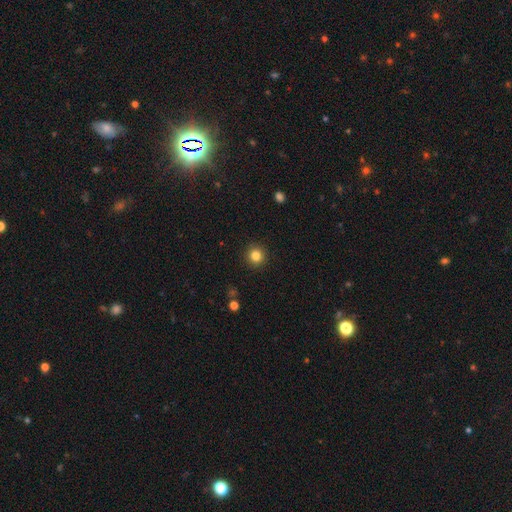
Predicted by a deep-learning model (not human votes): smooth 84%, star or artifact 11%, featured or disk 5%. Down the decision tree: how rounded — round (94%); merging — none (92%).